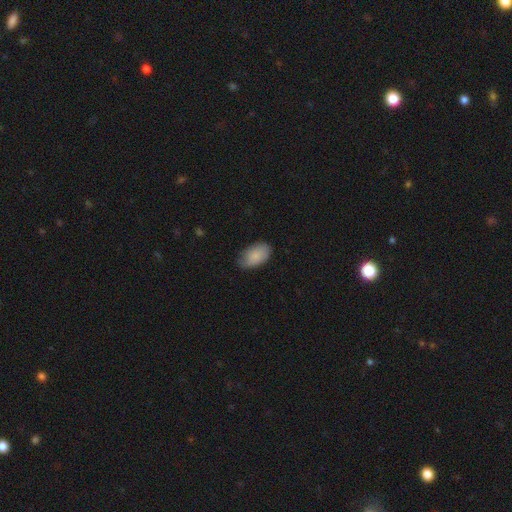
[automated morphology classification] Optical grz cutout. It shows a smooth galaxy with no disk features (85%) that is in between round and cigar-shaped (94%). Merging: none (71%).